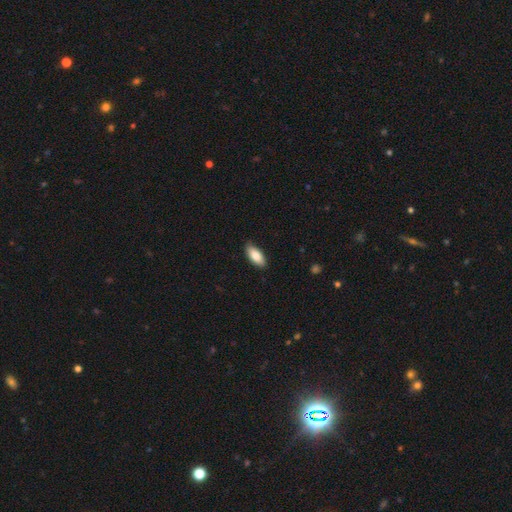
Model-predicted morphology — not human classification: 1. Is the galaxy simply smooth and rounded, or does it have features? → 86% smooth, 8% featured or disk, 6% star or artifact.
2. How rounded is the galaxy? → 87% in between, 11% cigar-shaped, 2% round.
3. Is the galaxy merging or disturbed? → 85% none, 12% minor disturbance, 2% major disturbance, 1% merger.